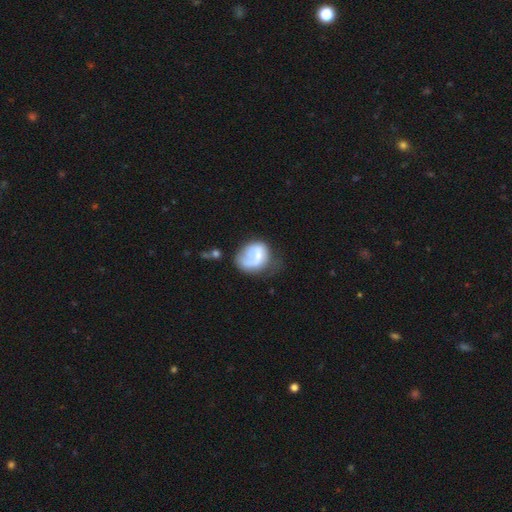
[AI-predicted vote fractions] This is possibly a smooth galaxy (56%). How rounded: possibly round (51%). Merging: marginally none (34%).